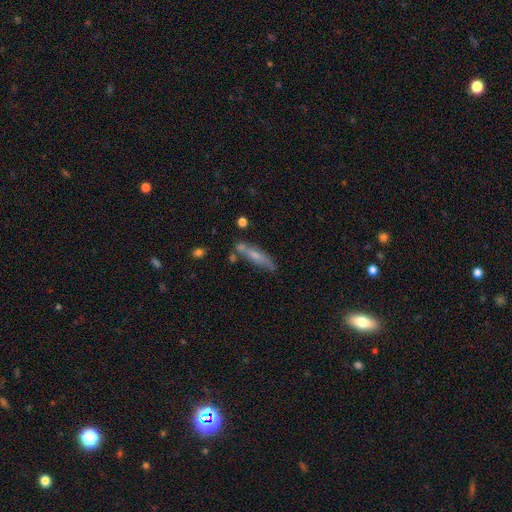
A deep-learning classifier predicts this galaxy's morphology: A smooth galaxy with no disk features (57%) that is cigar-shaped (80%). Merging: none (60%).